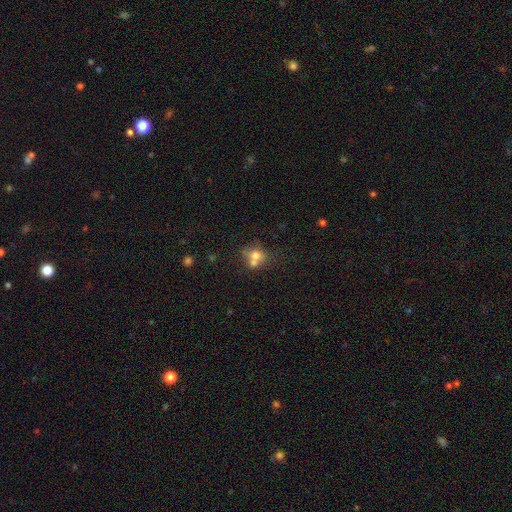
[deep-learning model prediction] Smooth or featured: smooth — 67% (featured or disk — 20%)
How rounded: round — 71% (in between — 28%)
Merging: merger — 51% (none — 35%)